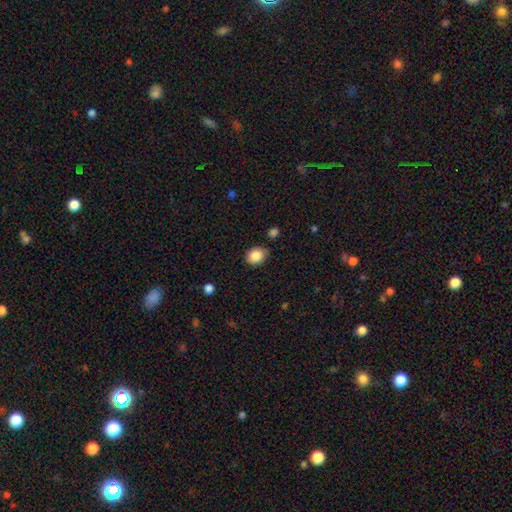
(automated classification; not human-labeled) Smooth or featured: smooth — 86% (star or artifact — 9%)
How rounded: round — 55% (in between — 44%)
Merging: none — 78% (minor disturbance — 16%)